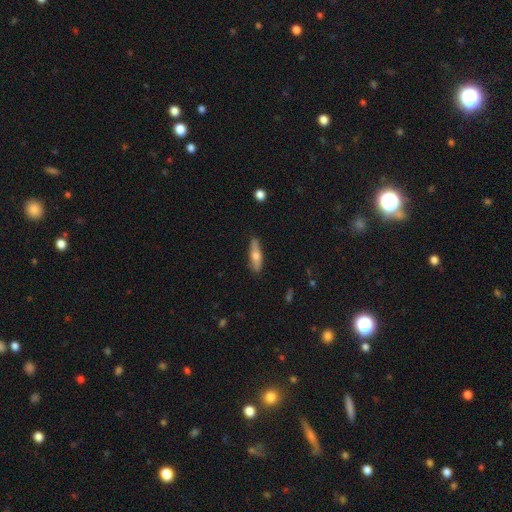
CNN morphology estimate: Smooth or featured: smooth — 55% (featured or disk — 39%)
How rounded: cigar-shaped — 66% (in between — 32%)
Merging: none — 84% (minor disturbance — 12%)